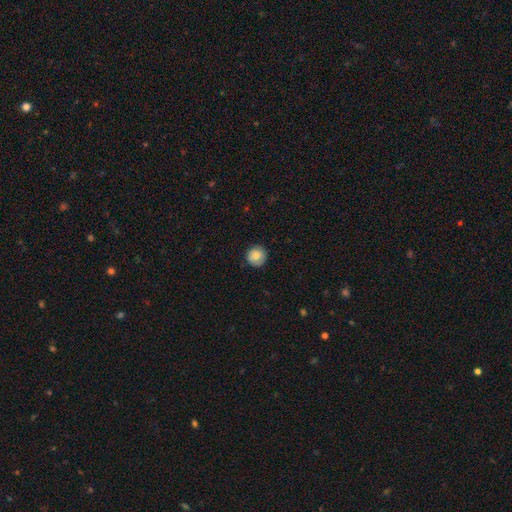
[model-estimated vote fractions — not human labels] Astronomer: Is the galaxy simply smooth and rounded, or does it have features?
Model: smooth — 82%.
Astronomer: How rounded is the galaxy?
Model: round — 94%.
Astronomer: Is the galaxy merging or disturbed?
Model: none — 86%.